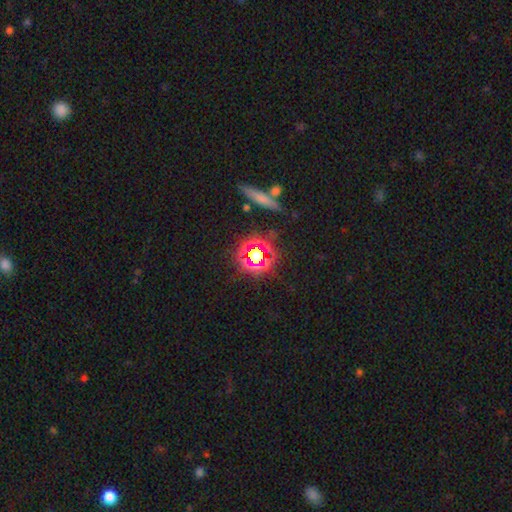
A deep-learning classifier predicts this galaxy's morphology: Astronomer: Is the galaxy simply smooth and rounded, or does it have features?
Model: star or artifact — 65%.